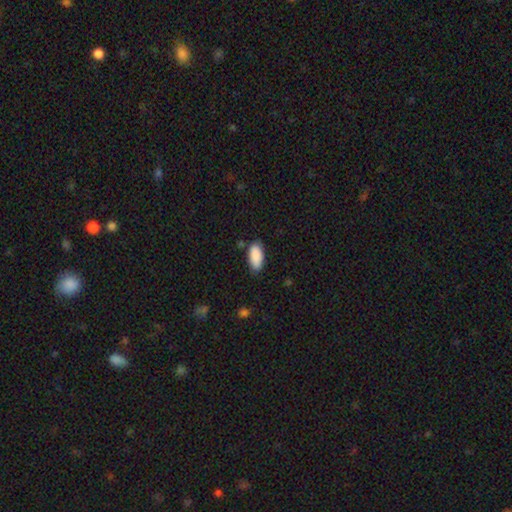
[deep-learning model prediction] smooth 90%, star or artifact 6%, featured or disk 4%. Down the decision tree: how rounded — in between (90%); merging — none (82%).